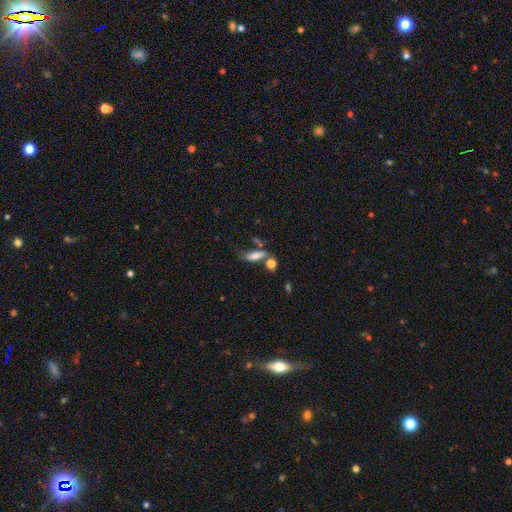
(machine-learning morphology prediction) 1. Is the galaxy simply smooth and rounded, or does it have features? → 71% smooth, 18% featured or disk, 10% star or artifact.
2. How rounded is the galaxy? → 53% in between, 42% cigar-shaped, 5% round.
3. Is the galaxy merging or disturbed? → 44% none, 24% merger, 20% minor disturbance, 13% major disturbance.